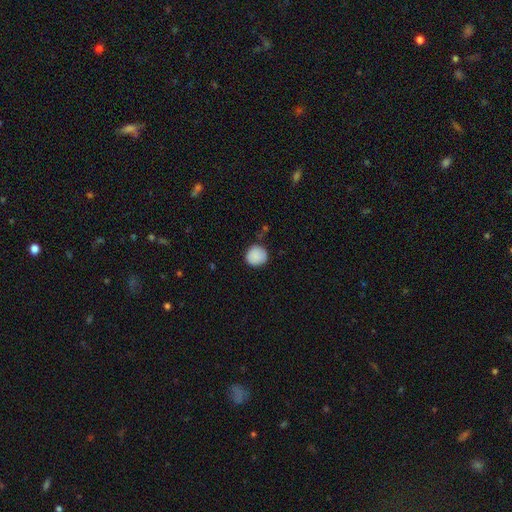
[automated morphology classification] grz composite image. It shows a smooth galaxy with no disk features (88%) that is round (89%). Merging: none (81%).